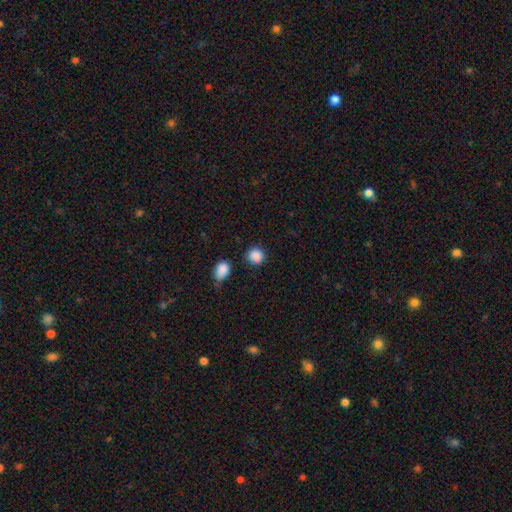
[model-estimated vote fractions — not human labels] A smooth galaxy with no disk features (87%) that is round (86%).

Vote fractions:
- Smooth or featured? smooth: 87% / star or artifact: 10% / featured or disk: 4%
- How rounded? round: 86% / in between: 13% / cigar-shaped: 1%
- Merging? none: 75% / minor disturbance: 15% / merger: 6% / major disturbance: 4%